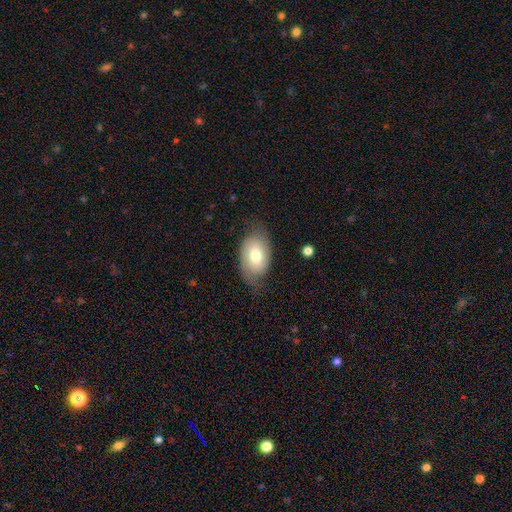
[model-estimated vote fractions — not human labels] Q: Smooth or featured?
A: smooth (66%); runner-up: featured or disk (27%)
Q: How rounded?
A: in between (89%); runner-up: round (10%)
Q: Merging?
A: none (66%); runner-up: minor disturbance (24%)